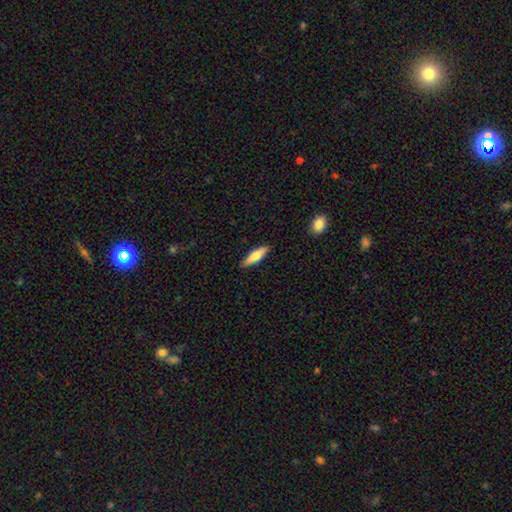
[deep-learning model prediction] Smooth or featured?
  - smooth: 66% *
  - featured or disk: 28%
  - star or artifact: 6%
How rounded?
  - cigar-shaped: 67% *
  - in between: 31%
  - round: 2%
Merging?
  - none: 88% *
  - minor disturbance: 9%
  - major disturbance: 2%
  - merger: 1%